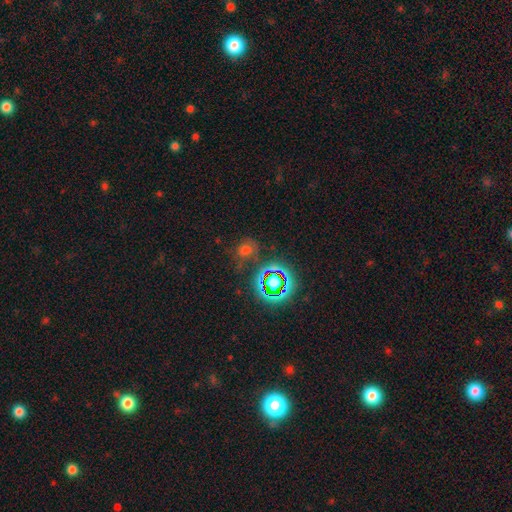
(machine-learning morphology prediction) This appears to be a star or artifact, not a galaxy (67%).